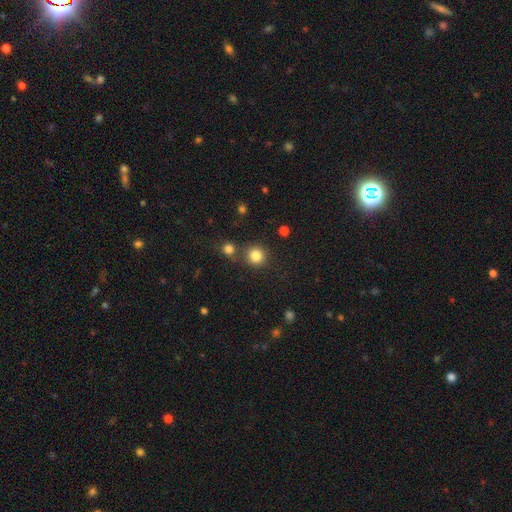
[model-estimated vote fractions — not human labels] This appears to be a smooth galaxy with no disk features (83%) that is round (92%). Merging: none (77%).